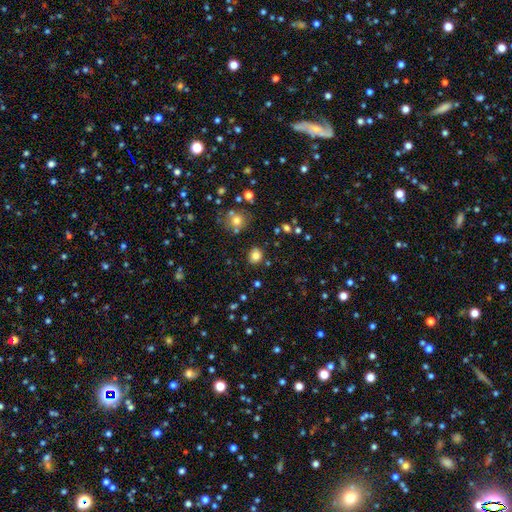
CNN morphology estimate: This appears to be a smooth galaxy with no disk features (81%) that is round (72%). Merging: none (85%).